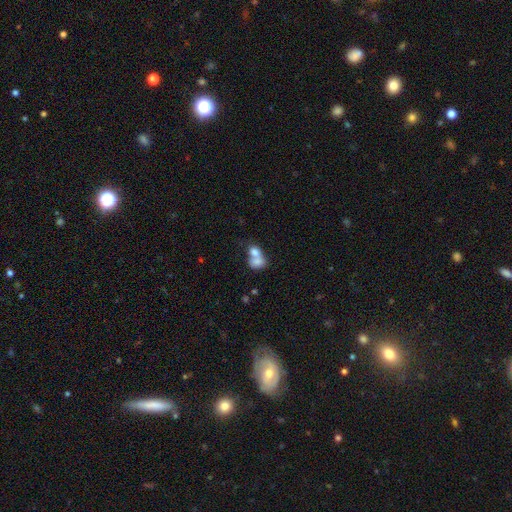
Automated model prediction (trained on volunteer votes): This is likely a smooth galaxy (74%). How rounded: likely in between (65%). Merging: likely merger (71%).